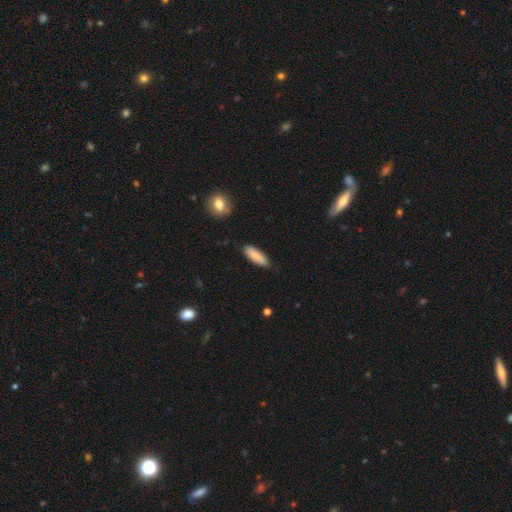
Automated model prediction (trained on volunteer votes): A smooth galaxy with no disk features (87%) that is in between round and cigar-shaped (54%). Merging: none (84%).